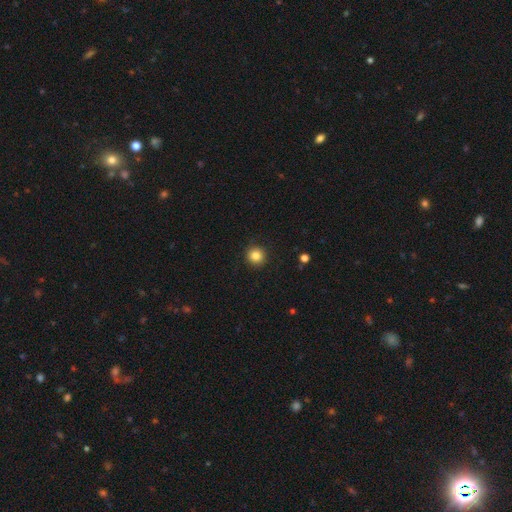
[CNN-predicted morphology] Smooth or featured? smooth (84%)
How rounded? round (95%)
Merging? none (92%)